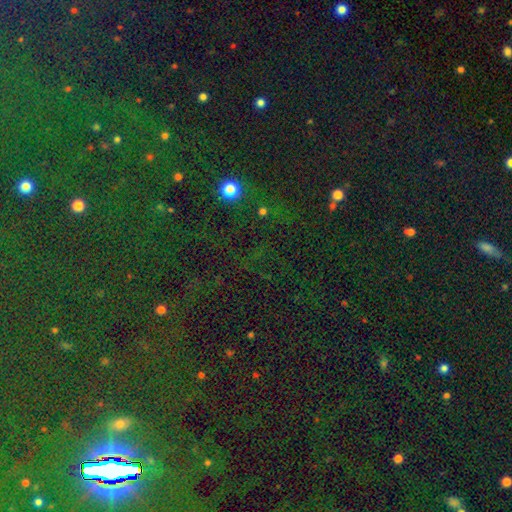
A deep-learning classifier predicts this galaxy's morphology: This is clearly a star or artifact rather than a galaxy (81%).